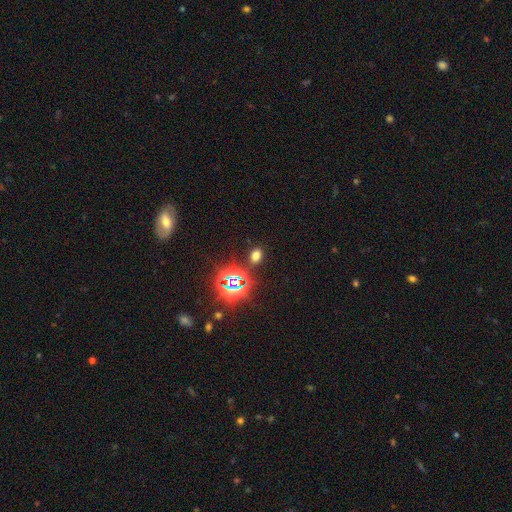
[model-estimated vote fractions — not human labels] smooth_or_featured: smooth (p=0.58) [alt: star or artifact p=0.35]
how_rounded: in between (p=0.71) [alt: round p=0.28]
merging: none (p=0.83) [alt: minor disturbance p=0.09]